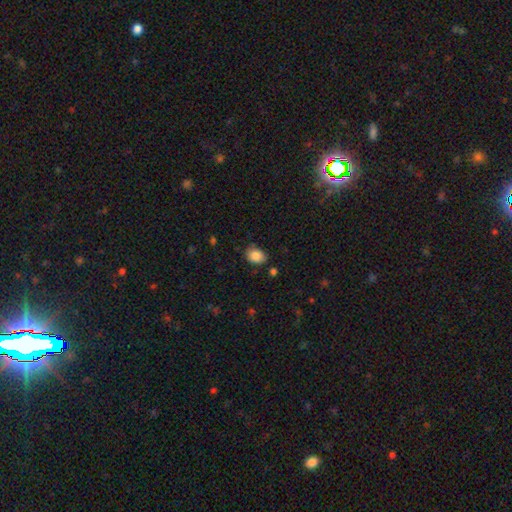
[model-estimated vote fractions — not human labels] Smooth or featured?
  - smooth: 87% *
  - star or artifact: 8%
  - featured or disk: 5%
How rounded?
  - in between: 68% *
  - round: 31%
  - cigar-shaped: 1%
Merging?
  - none: 78% *
  - minor disturbance: 16%
  - major disturbance: 3%
  - merger: 3%